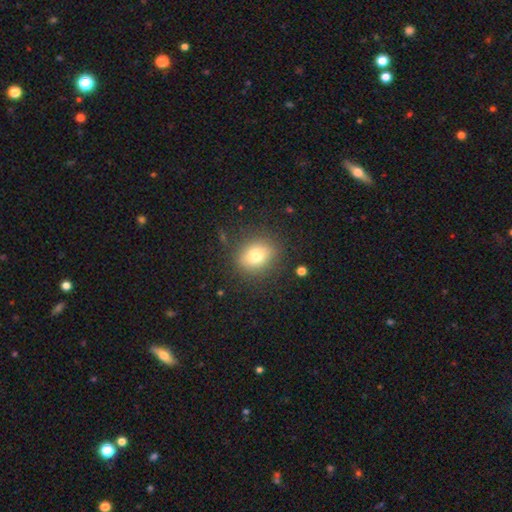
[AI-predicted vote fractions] Morphology: type=smooth (75%); roundness=round (63%); merging=none (84%).